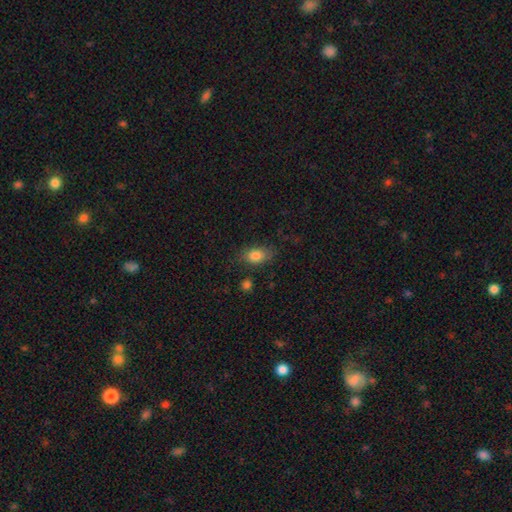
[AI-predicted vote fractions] A smooth galaxy with no disk features (82%) that is in between round and cigar-shaped (84%).

Vote fractions:
- Smooth or featured? smooth: 82% / featured or disk: 9% / star or artifact: 9%
- How rounded? in between: 84% / round: 13% / cigar-shaped: 3%
- Merging? none: 76% / minor disturbance: 17% / major disturbance: 5% / merger: 3%